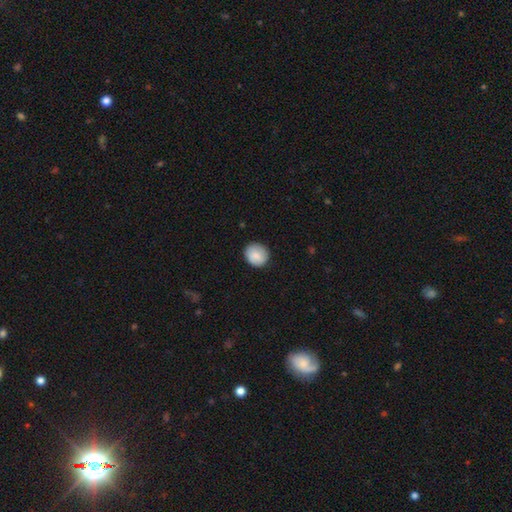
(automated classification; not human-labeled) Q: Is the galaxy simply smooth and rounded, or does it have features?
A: smooth — 86%.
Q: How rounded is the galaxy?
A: round — 81%.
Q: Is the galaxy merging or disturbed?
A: none — 85%.